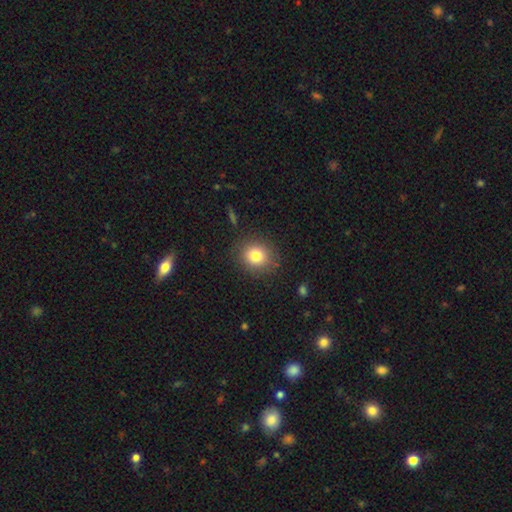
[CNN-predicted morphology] Smooth or featured: smooth — 80% (star or artifact — 11%)
How rounded: round — 82% (in between — 17%)
Merging: none — 86% (minor disturbance — 9%)